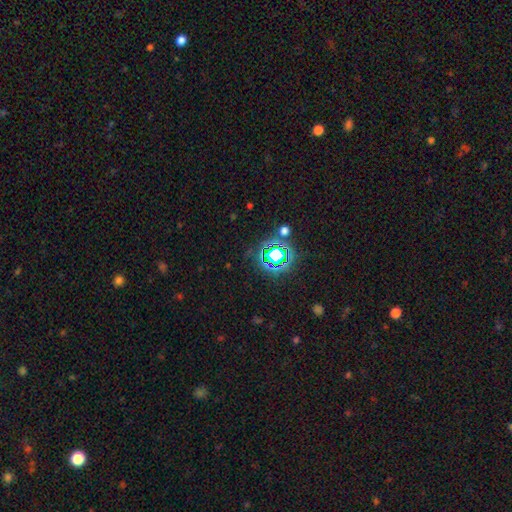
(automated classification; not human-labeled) smooth-or-featured: star or artifact: 76% | smooth: 17% | featured or disk: 7%